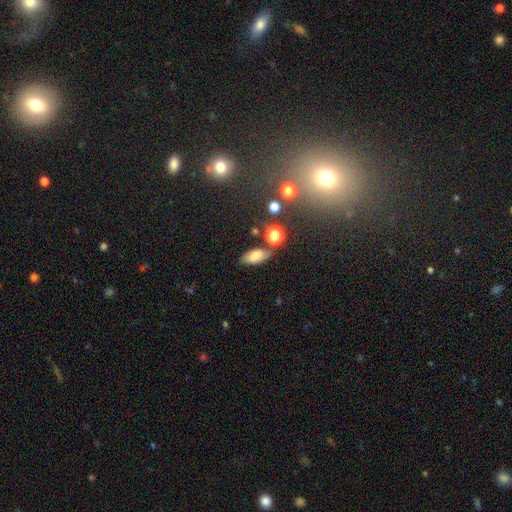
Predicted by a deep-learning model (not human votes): This is likely a smooth galaxy (75%). How rounded: clearly in between (85%). Merging: likely none (69%).